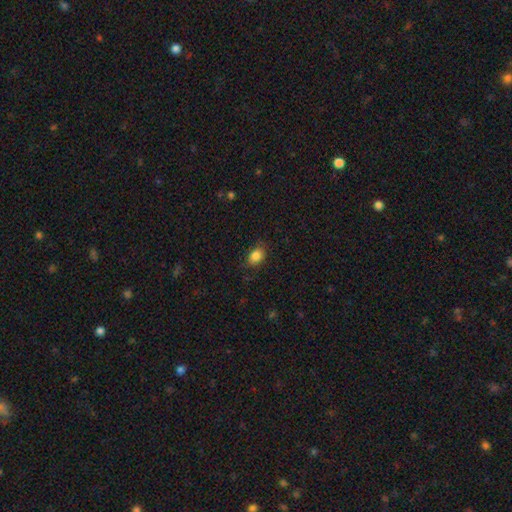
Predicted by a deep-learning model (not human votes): A smooth galaxy with no disk features (85%) that is in between round and cigar-shaped (70%). Merging: none (78%).